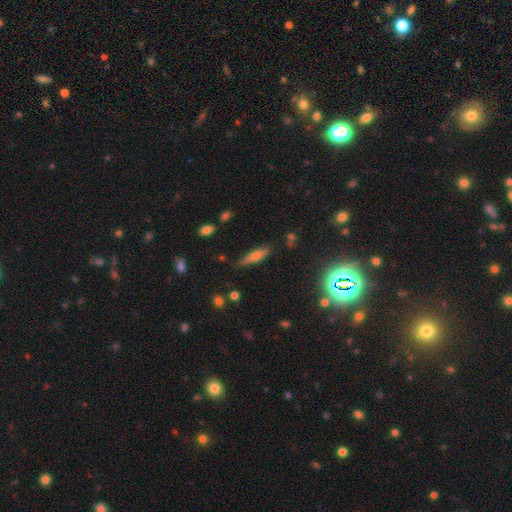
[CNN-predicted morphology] A smooth galaxy with no disk features (49%). Merging: none (80%).